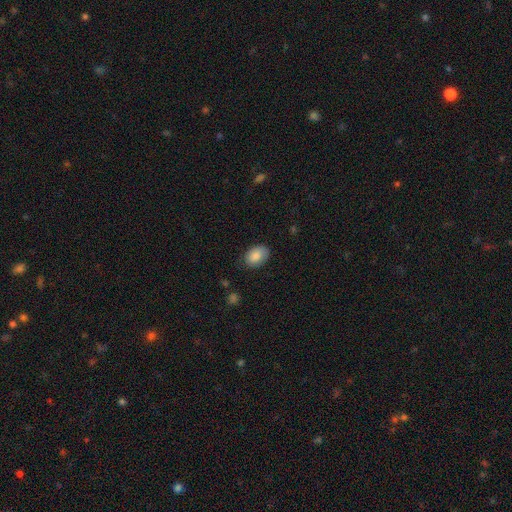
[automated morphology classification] Smooth or featured: smooth — 85% (featured or disk — 8%)
How rounded: in between — 85% (round — 14%)
Merging: none — 77% (minor disturbance — 18%)